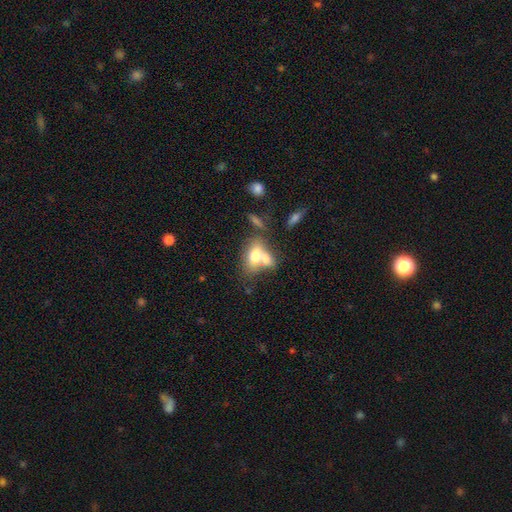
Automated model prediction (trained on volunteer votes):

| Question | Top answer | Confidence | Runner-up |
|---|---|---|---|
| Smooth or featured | smooth | 67% | featured or disk (24%) |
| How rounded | in between | 82% | round (13%) |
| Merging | merger | 52% | none (29%) |